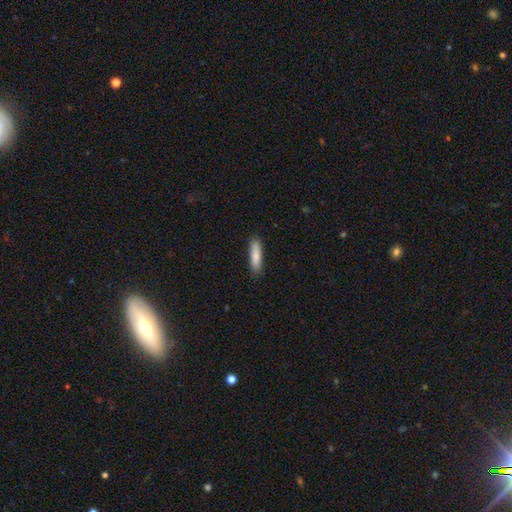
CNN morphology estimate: Smooth or featured: smooth — 83% (featured or disk — 12%)
How rounded: cigar-shaped — 77% (in between — 22%)
Merging: none — 87% (minor disturbance — 10%)